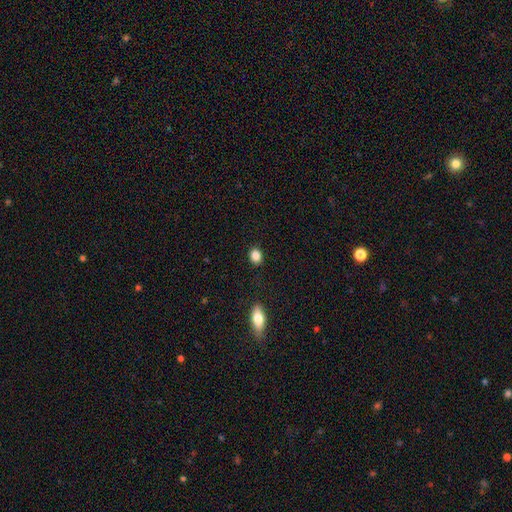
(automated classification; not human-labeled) Morphology: type=smooth (86%); roundness=round (50%); merging=none (87%).